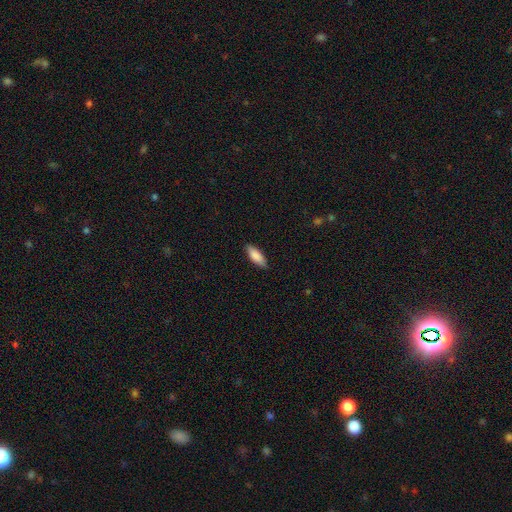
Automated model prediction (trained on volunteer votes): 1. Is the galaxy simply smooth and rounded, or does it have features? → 86% smooth, 9% featured or disk, 6% star or artifact.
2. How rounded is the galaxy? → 68% in between, 30% cigar-shaped, 2% round.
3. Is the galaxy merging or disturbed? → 86% none, 11% minor disturbance, 2% major disturbance, 1% merger.